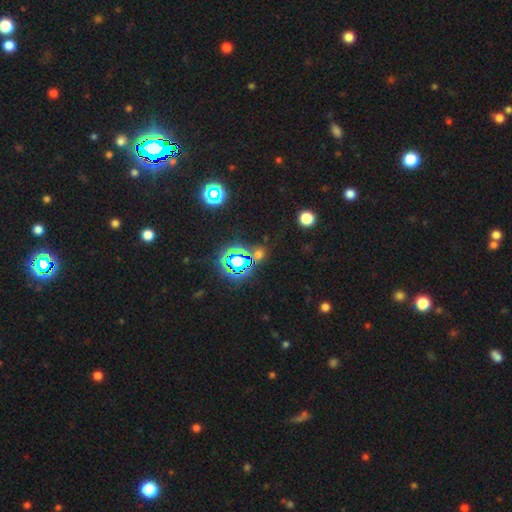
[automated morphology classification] type=star or artifact (70%).